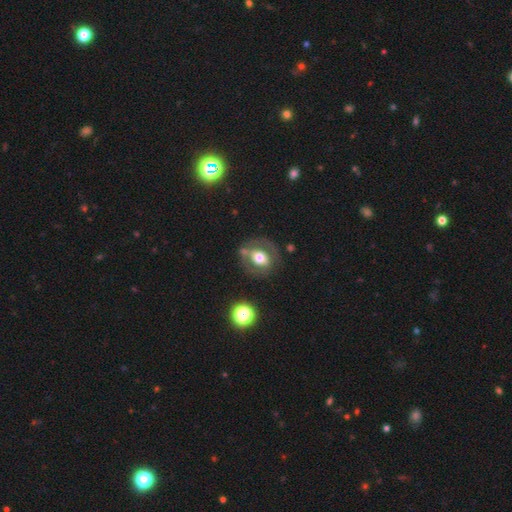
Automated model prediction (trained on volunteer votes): Overall: featured or disk (46%; smooth 43%). Merging: none (67%).